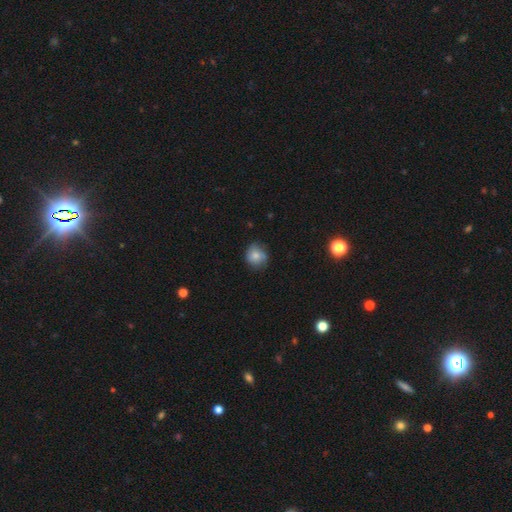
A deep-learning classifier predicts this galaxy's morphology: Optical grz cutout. It shows a smooth galaxy with no disk features (75%) that is round (79%). Merging: none (68%).